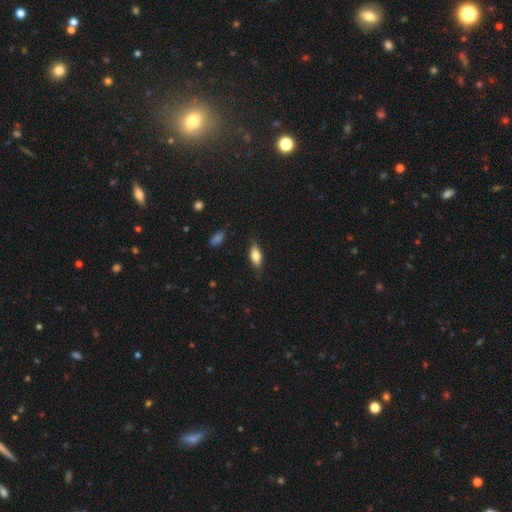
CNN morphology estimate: Smooth or featured? Predicted: smooth (p=0.76). How rounded? Predicted: in between (p=0.80). Merging? Predicted: none (p=0.80).